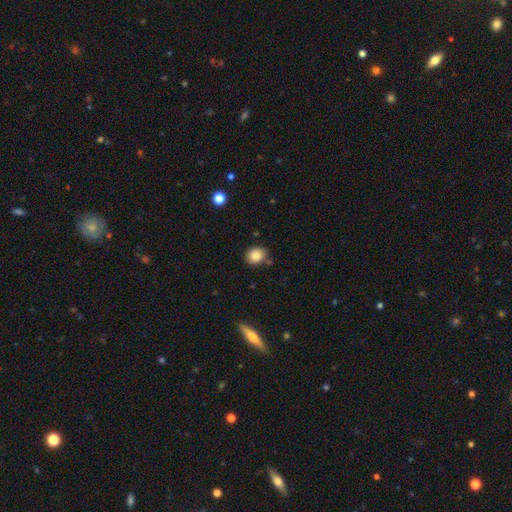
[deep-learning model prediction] This appears to be a smooth galaxy with no disk features (86%) that is round (66%). Merging: none (77%).